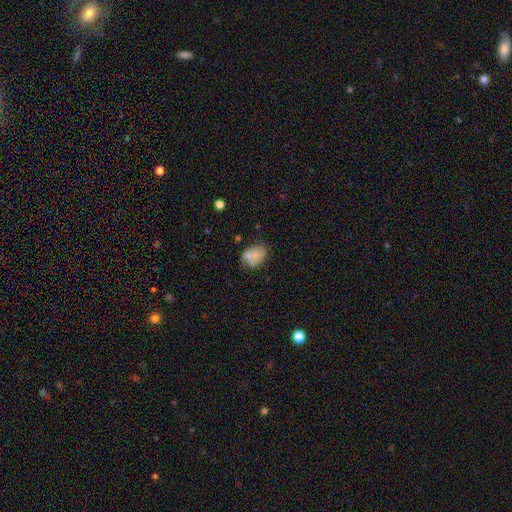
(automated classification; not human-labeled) A smooth galaxy with no disk features (58%) that is in between round and cigar-shaped (72%).

Vote fractions:
- Smooth or featured? smooth: 58% / featured or disk: 32% / star or artifact: 10%
- How rounded? in between: 72% / round: 26% / cigar-shaped: 1%
- Merging? none: 44% / minor disturbance: 25% / merger: 23% / major disturbance: 9%